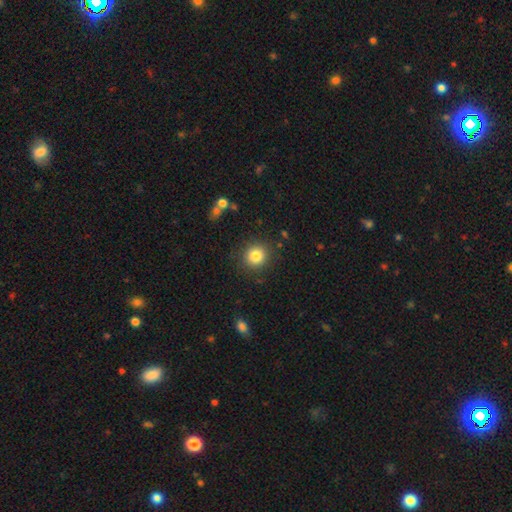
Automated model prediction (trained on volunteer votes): Smooth or featured? Predicted: smooth (p=0.83). How rounded? Predicted: round (p=0.91). Merging? Predicted: none (p=0.88).